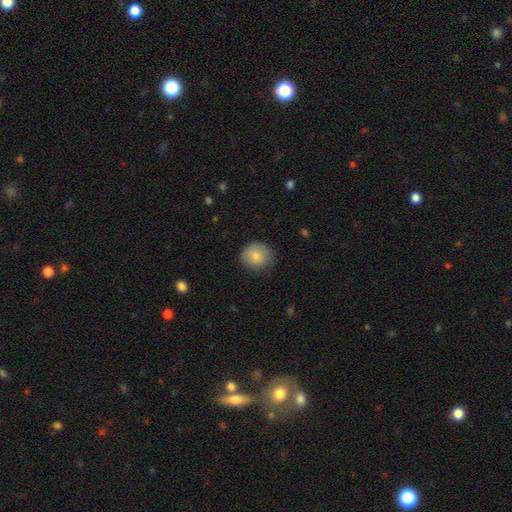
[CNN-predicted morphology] smooth_or_featured: smooth (p=0.81) [alt: featured or disk p=0.10]
how_rounded: round (p=0.84) [alt: in between p=0.15]
merging: none (p=0.80) [alt: minor disturbance p=0.15]